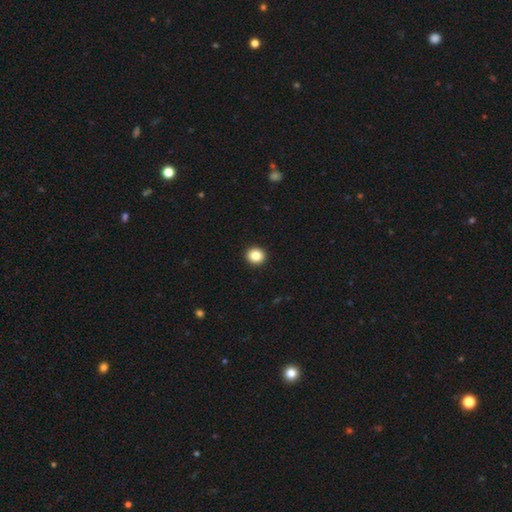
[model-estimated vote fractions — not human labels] The model was most divided on "how rounded": round: 87%, in between: 12%, cigar-shaped: 1%. More confident: merging — none (94%); smooth or featured — smooth (85%).